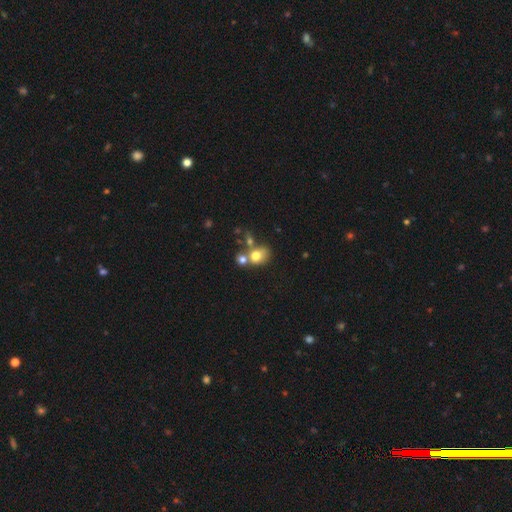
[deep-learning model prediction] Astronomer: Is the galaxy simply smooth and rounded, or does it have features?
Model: smooth — 73%.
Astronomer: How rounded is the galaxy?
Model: round — 57% (runner-up: in between, 42%).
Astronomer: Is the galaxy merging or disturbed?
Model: merger — 48% (runner-up: none, 34%).